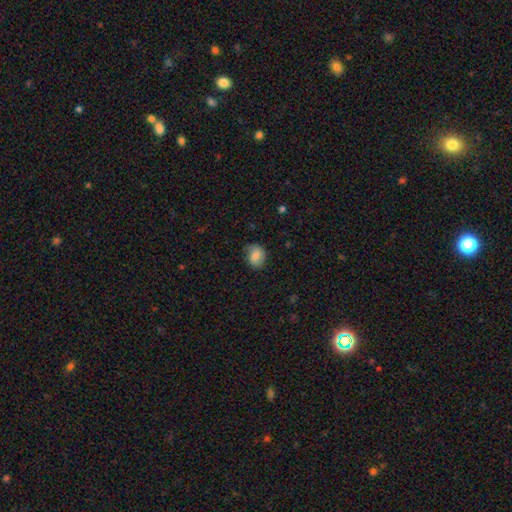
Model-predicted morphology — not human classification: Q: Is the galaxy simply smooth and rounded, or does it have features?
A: smooth — 76%.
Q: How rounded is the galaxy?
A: round — 53%.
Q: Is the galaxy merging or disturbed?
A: none — 71%.